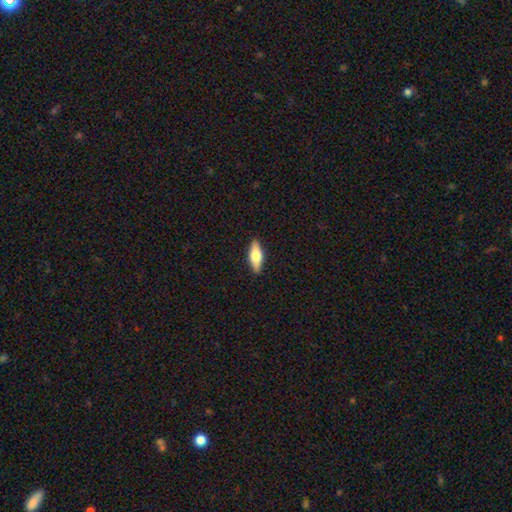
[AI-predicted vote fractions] smooth_or_featured: smooth (p=0.63) [alt: featured or disk p=0.31]
how_rounded: in between (p=0.63) [alt: cigar-shaped p=0.34]
merging: none (p=0.90) [alt: minor disturbance p=0.08]